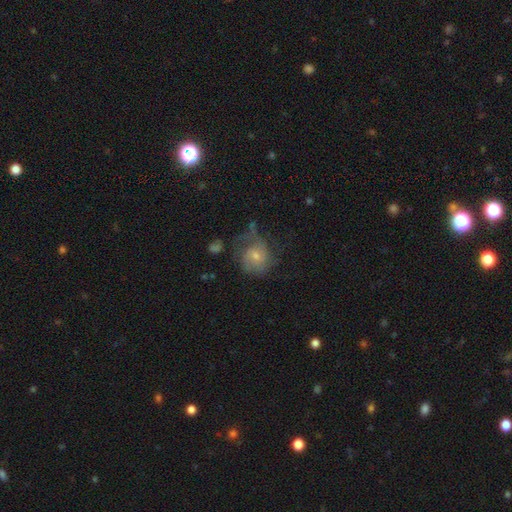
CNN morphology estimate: Smooth or featured? Predicted: featured or disk (p=0.55). Edge-on disk? Predicted: no (p=0.97). Bar? Predicted: no (p=0.74). Spiral arms? Predicted: yes (p=0.78). Bulge size? Predicted: small (p=0.54). Merging? Predicted: none (p=0.49).